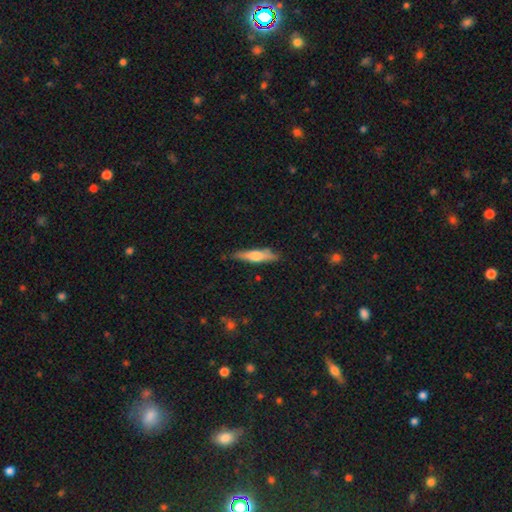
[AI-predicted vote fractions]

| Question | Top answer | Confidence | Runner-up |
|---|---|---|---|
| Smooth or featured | smooth | 54% | featured or disk (40%) |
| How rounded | cigar-shaped | 79% | in between (19%) |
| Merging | none | 80% | minor disturbance (15%) |